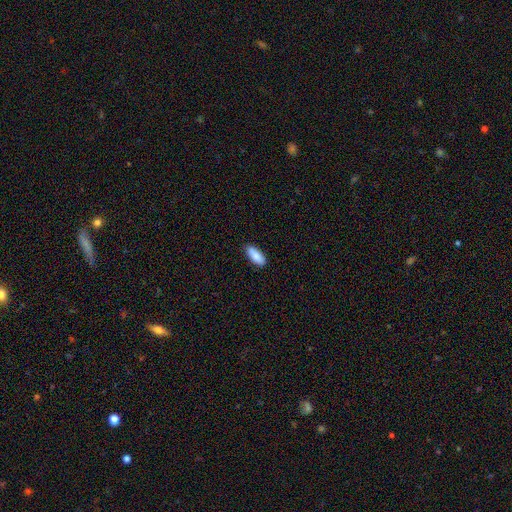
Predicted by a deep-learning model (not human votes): This appears to be a smooth galaxy with no disk features (87%) that is in between round and cigar-shaped (81%). Merging: none (85%).